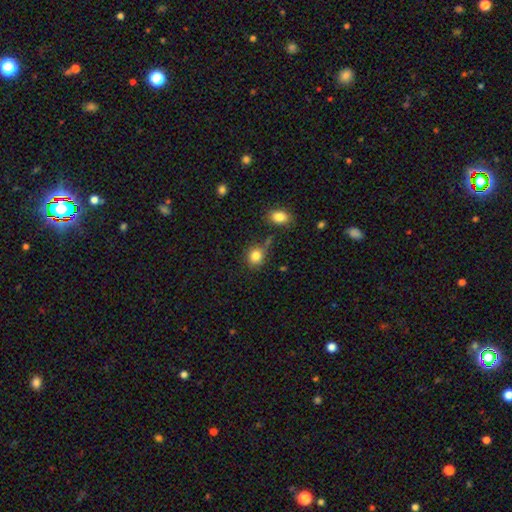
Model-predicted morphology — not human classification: A smooth galaxy with no disk features (84%) that is round (73%). Merging: none (69%).